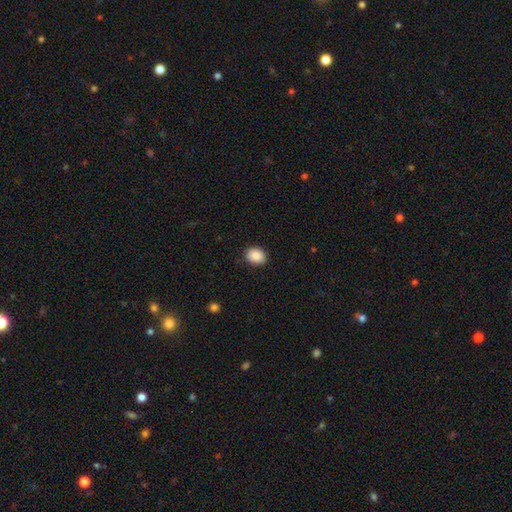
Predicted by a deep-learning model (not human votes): Morphology: type=smooth (89%); roundness=in between (58%); merging=none (88%).